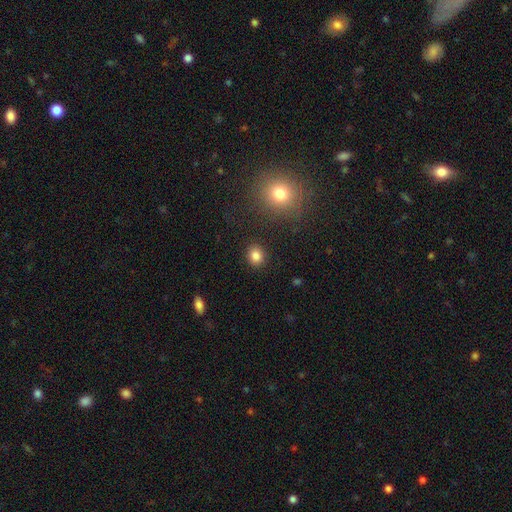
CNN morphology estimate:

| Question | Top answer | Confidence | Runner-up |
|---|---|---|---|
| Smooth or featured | smooth | 84% | star or artifact (11%) |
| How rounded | round | 66% | in between (33%) |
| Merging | none | 89% | minor disturbance (7%) |